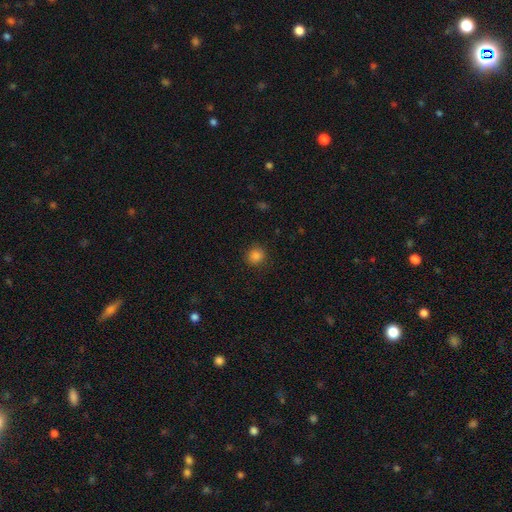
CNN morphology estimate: Smooth or featured?
  - smooth: 85% *
  - star or artifact: 12%
  - featured or disk: 3%
How rounded?
  - round: 90% *
  - in between: 9%
  - cigar-shaped: 1%
Merging?
  - none: 89% *
  - minor disturbance: 7%
  - major disturbance: 2%
  - merger: 1%